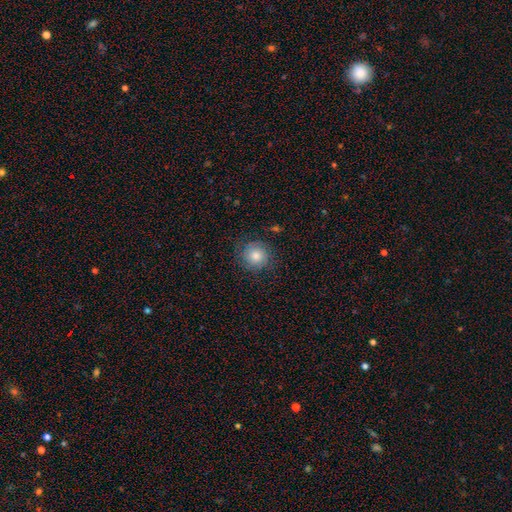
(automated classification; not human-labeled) smooth-or-featured: smooth: 61% | featured or disk: 28% | star or artifact: 11%
  how-rounded: round: 90% | in between: 9% | cigar-shaped: 1%
  merging: none: 79% | minor disturbance: 14% | major disturbance: 6% | merger: 1%